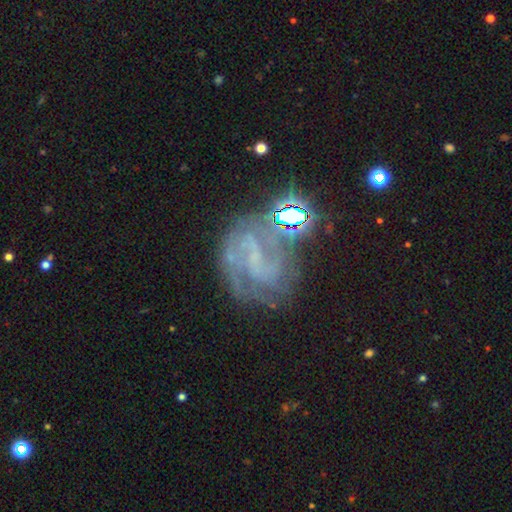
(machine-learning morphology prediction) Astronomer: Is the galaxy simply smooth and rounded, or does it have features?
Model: featured or disk — 68%.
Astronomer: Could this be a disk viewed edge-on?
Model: no — 97%.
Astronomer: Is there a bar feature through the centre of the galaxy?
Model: no — 39%, tied with weak at 39%.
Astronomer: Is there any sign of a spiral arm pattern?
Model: yes — 79%.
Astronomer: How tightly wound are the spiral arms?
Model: medium — 42% (runner-up: tight, 34%).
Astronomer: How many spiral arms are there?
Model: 2 — 41% (runner-up: can't tell, 31%).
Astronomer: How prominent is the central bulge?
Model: none — 52% (runner-up: small, 38%).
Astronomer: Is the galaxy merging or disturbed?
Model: none — 53%.